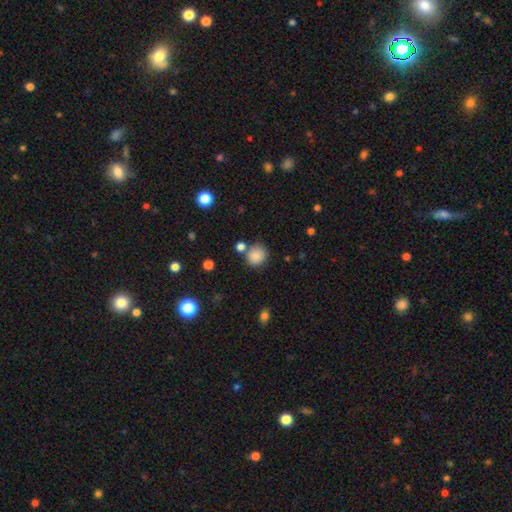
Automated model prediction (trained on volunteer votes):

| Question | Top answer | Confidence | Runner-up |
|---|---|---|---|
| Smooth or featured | smooth | 85% | star or artifact (10%) |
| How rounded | round | 85% | in between (14%) |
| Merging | none | 74% | minor disturbance (11%) |